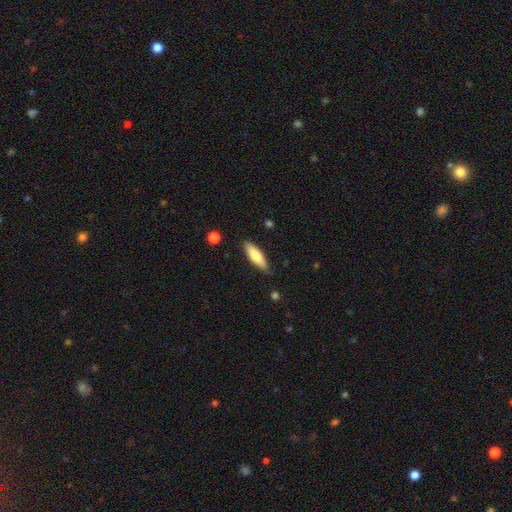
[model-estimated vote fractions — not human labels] smooth_or_featured: smooth (p=0.77) [alt: featured or disk p=0.18]
how_rounded: cigar-shaped (p=0.54) [alt: in between p=0.45]
merging: none (p=0.85) [alt: minor disturbance p=0.12]